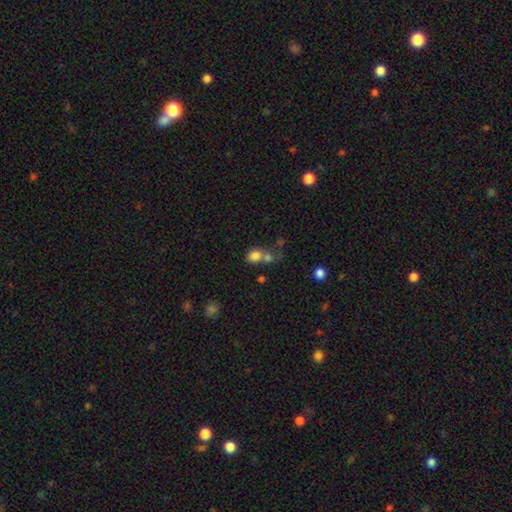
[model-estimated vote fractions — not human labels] Smooth or featured: smooth — 79% (star or artifact — 12%)
How rounded: round — 58% (in between — 40%)
Merging: merger — 48% (none — 35%)